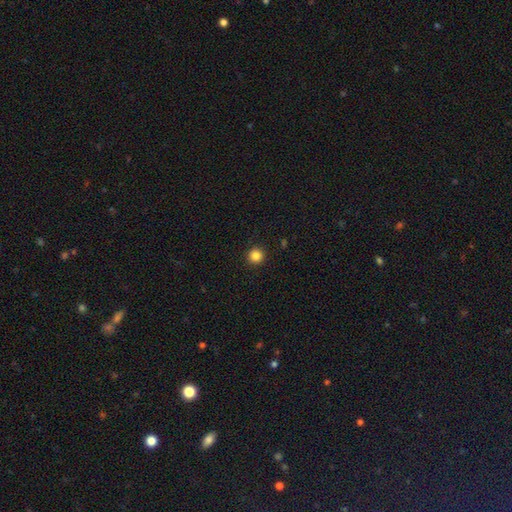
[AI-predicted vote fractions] smooth_or_featured: smooth (p=0.85) [alt: star or artifact p=0.11]
how_rounded: round (p=0.96) [alt: in between p=0.03]
merging: none (p=0.93) [alt: minor disturbance p=0.05]